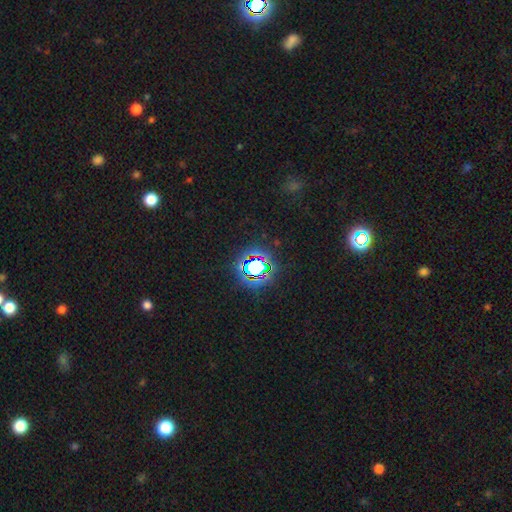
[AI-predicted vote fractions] A star or artifact, not a galaxy (77%).